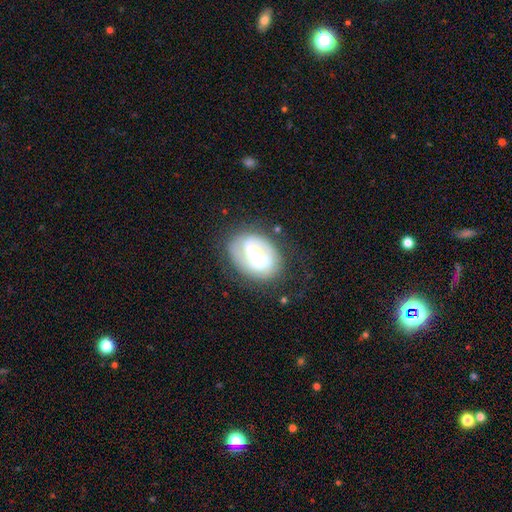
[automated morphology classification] type=featured or disk (77%); edge-on=no (96%); bar=strong (43%); spiral arms=yes (86%); winding=medium (42%); arm count=2 (77%); bulge=moderate (59%); merging=none (74%).